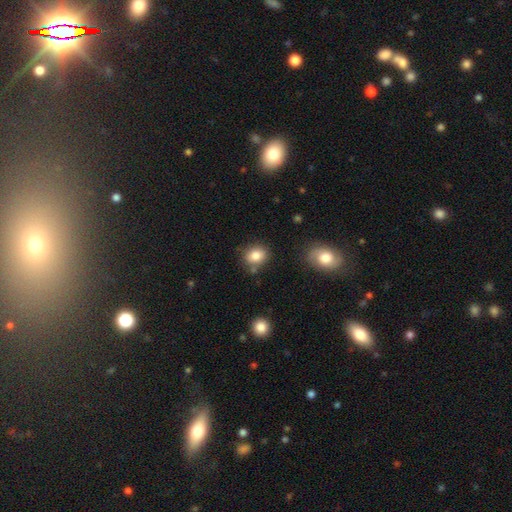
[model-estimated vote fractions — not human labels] A smooth galaxy with no disk features (83%) that is round (56%).

Vote fractions:
- Smooth or featured? smooth: 83% / star or artifact: 9% / featured or disk: 8%
- How rounded? round: 56% / in between: 43% / cigar-shaped: 1%
- Merging? none: 75% / minor disturbance: 15% / merger: 7% / major disturbance: 4%